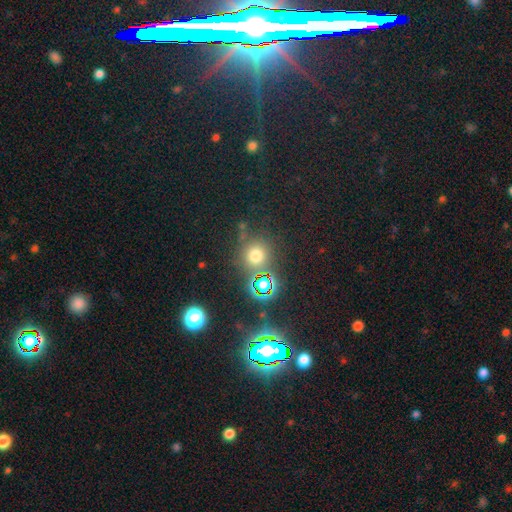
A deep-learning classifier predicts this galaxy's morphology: Smooth or featured? smooth (62%)
How rounded? round (89%)
Merging? none (77%)